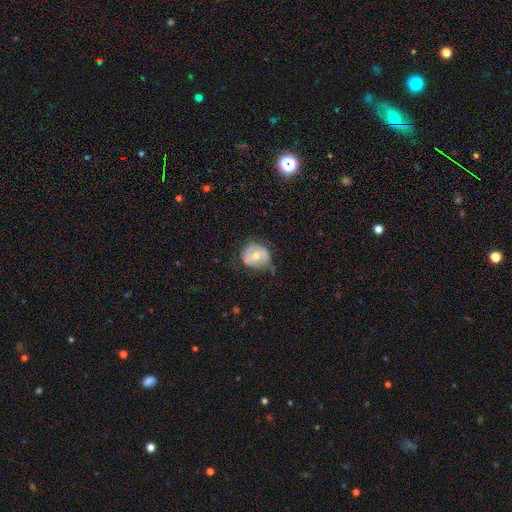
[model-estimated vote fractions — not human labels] Smooth or featured?
  - smooth: 52% *
  - featured or disk: 40%
  - star or artifact: 7%
How rounded?
  - round: 74% *
  - in between: 25%
  - cigar-shaped: 1%
Merging?
  - none: 57% *
  - minor disturbance: 30%
  - major disturbance: 11%
  - merger: 2%